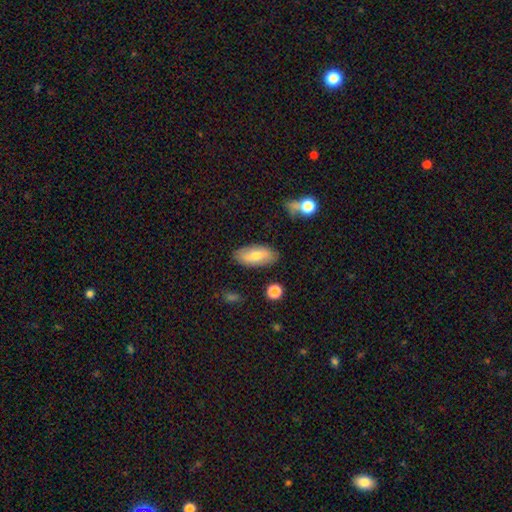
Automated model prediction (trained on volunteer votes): smooth_or_featured: smooth (p=0.67) [alt: featured or disk p=0.26]
how_rounded: in between (p=0.90) [alt: cigar-shaped p=0.07]
merging: none (p=0.84) [alt: minor disturbance p=0.11]